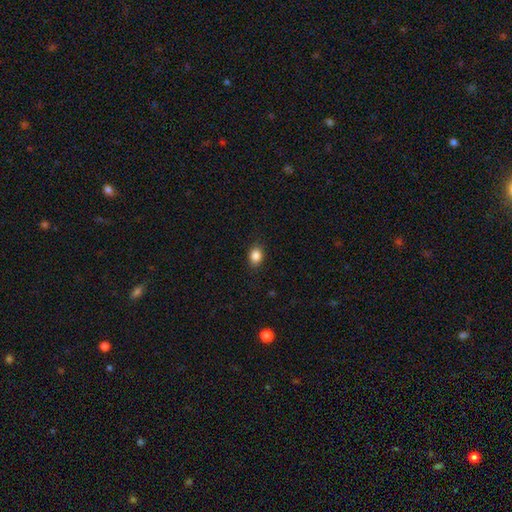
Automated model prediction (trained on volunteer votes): This is clearly a smooth galaxy (86%). How rounded: likely in between (63%). Merging: clearly none (88%).